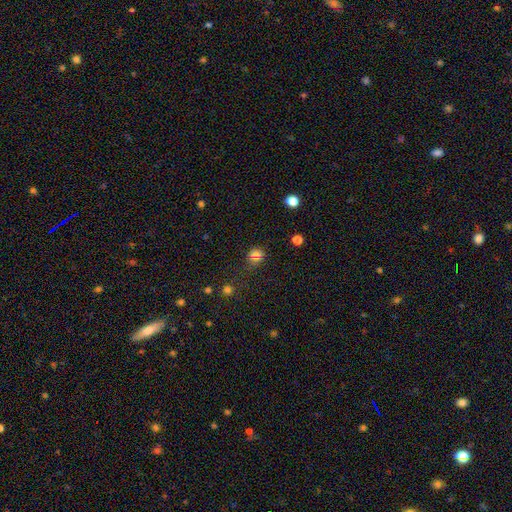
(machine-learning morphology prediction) Smooth or featured?
  - smooth: 69% *
  - star or artifact: 21%
  - featured or disk: 9%
How rounded?
  - round: 71% *
  - in between: 28%
  - cigar-shaped: 1%
Merging?
  - none: 66% *
  - minor disturbance: 17%
  - merger: 12%
  - major disturbance: 6%